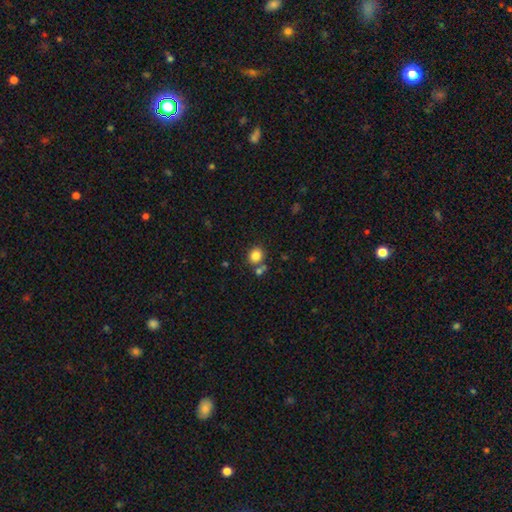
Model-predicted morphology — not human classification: Smooth or featured?
  - smooth: 84% *
  - star or artifact: 11%
  - featured or disk: 6%
How rounded?
  - round: 69% *
  - in between: 30%
  - cigar-shaped: 1%
Merging?
  - none: 70% *
  - merger: 17%
  - minor disturbance: 10%
  - major disturbance: 3%